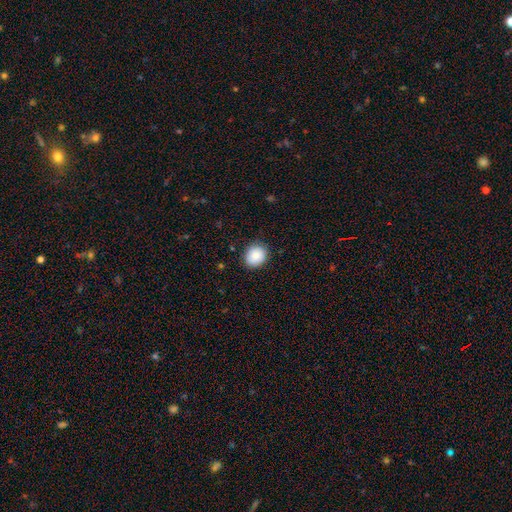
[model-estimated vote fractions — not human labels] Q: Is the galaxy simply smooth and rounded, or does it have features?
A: smooth — 83%.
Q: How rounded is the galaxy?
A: round — 69%.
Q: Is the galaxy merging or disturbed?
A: none — 84%.